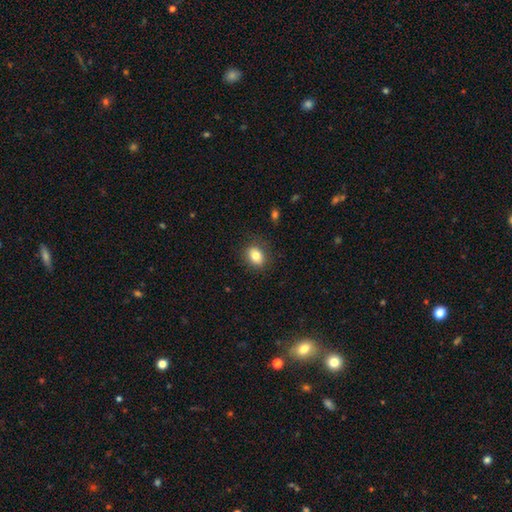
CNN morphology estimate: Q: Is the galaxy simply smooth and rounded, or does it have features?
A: smooth — 81%.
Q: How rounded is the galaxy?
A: in between — 59%.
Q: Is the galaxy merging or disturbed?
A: none — 84%.